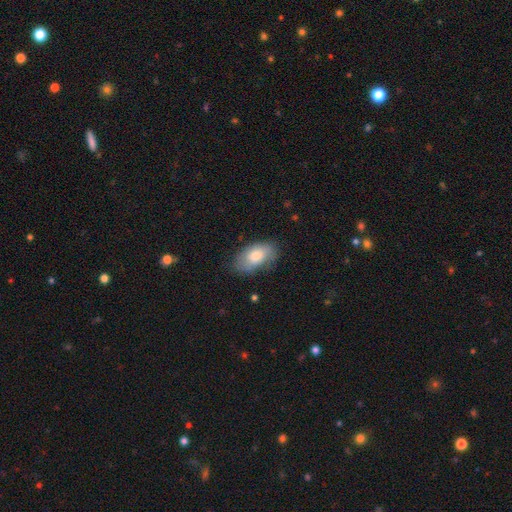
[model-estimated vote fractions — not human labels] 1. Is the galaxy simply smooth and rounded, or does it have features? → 75% smooth, 18% featured or disk, 6% star or artifact.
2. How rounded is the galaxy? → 93% in between, 4% round, 2% cigar-shaped.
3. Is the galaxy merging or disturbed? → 72% none, 22% minor disturbance, 5% major disturbance, 1% merger.